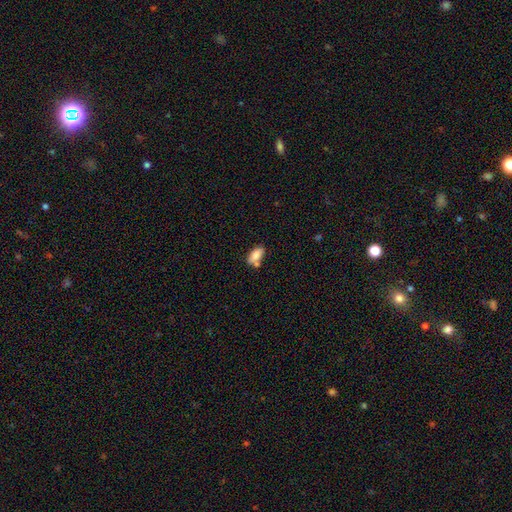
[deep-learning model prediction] Overall: smooth (83%). How rounded: in between (88%). Merging: none (60%).